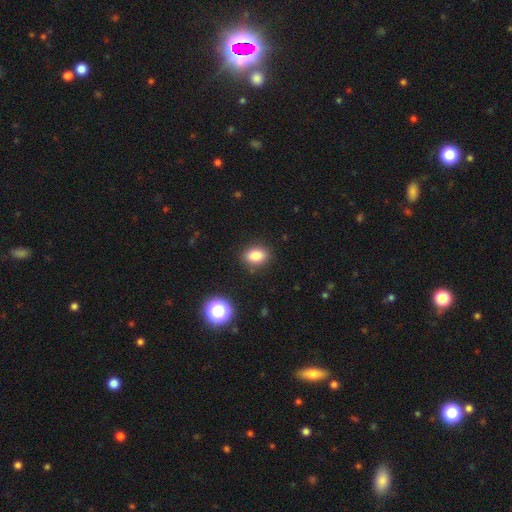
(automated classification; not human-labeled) The model was most divided on "how rounded": in between: 74%, round: 25%, cigar-shaped: 2%. More confident: merging — none (88%); smooth or featured — smooth (84%).